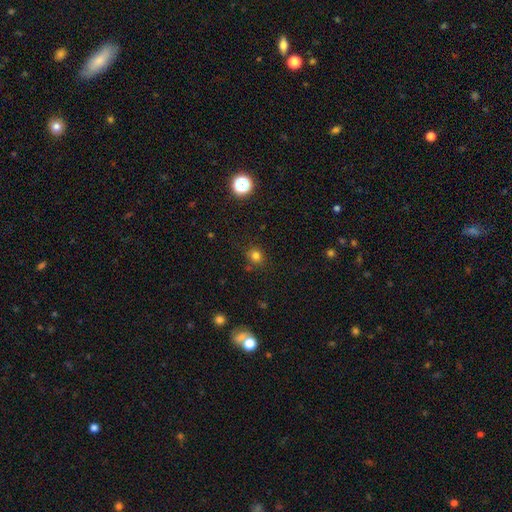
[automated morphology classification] The model was most divided on "smooth or featured": smooth: 77%, star or artifact: 17%, featured or disk: 6%. More confident: how rounded — round (82%); merging — none (81%).